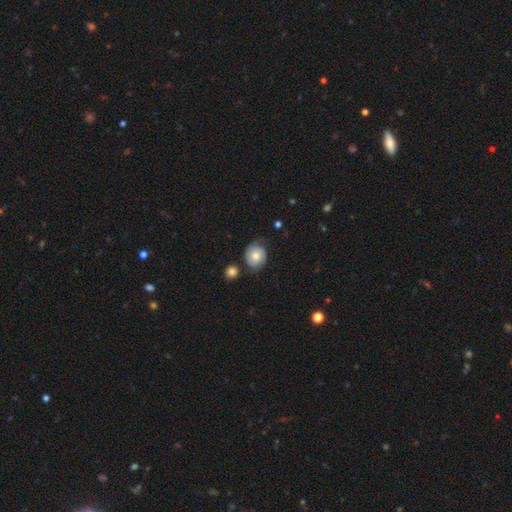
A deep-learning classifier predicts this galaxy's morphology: smooth-or-featured: smooth: 46% (tied) | featured or disk: 46% (tied) | star or artifact: 8%
  merging: none: 68% | minor disturbance: 20% | major disturbance: 7% | merger: 5%